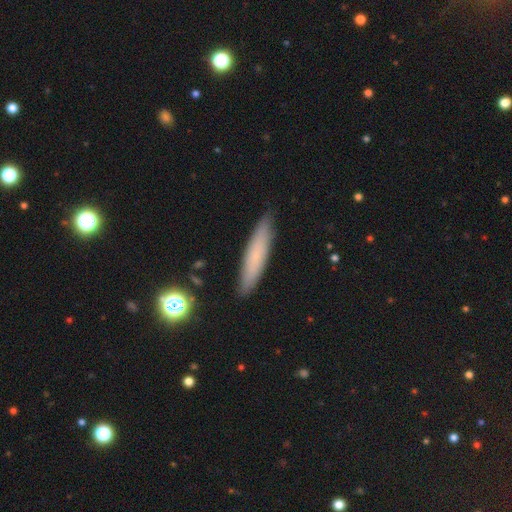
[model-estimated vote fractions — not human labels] Smooth or featured?
  - smooth: 70% *
  - featured or disk: 22%
  - star or artifact: 8%
How rounded?
  - cigar-shaped: 87% *
  - in between: 12%
  - round: 1%
Merging?
  - none: 88% *
  - minor disturbance: 9%
  - major disturbance: 2%
  - merger: 1%